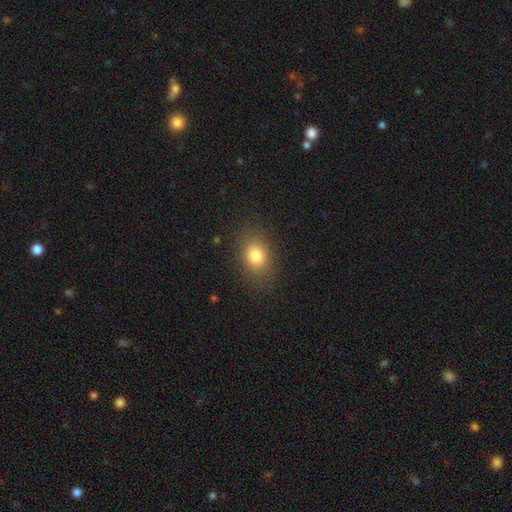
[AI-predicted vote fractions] Smooth or featured? Predicted: smooth (p=0.80). How rounded? Predicted: in between (p=0.63). Merging? Predicted: none (p=0.85).